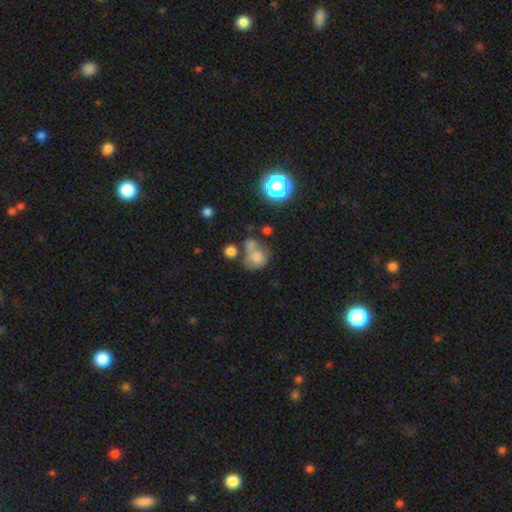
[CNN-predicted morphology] This appears to be a smooth galaxy with no disk features (69%) that is round (61%). Merging: merger (38%).